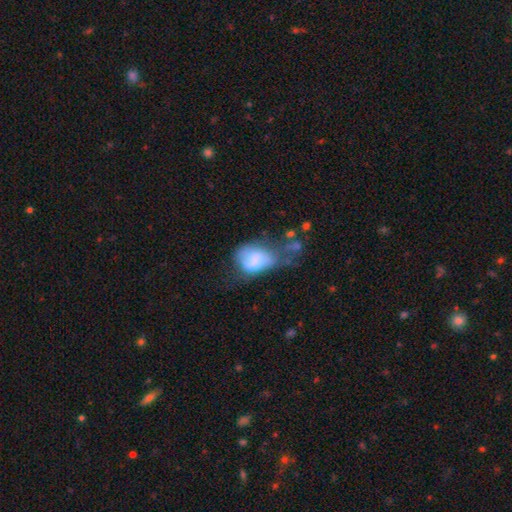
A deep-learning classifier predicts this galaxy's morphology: smooth 64%, featured or disk 27%, star or artifact 9%. Down the decision tree: how rounded — in between (80%); merging — major disturbance (42%).